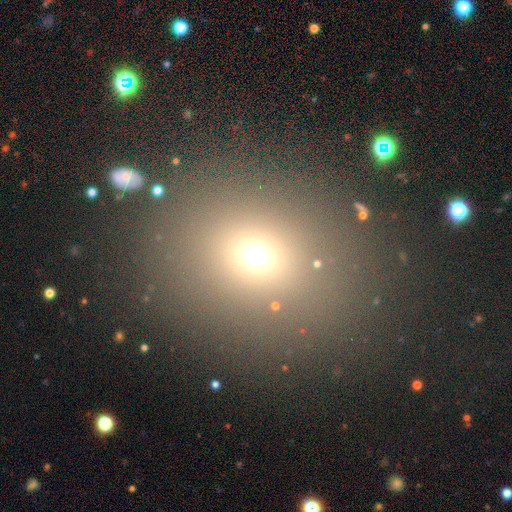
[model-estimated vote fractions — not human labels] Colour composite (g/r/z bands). It shows a smooth galaxy with no disk features (65%) that is round (68%). Merging: none (84%).